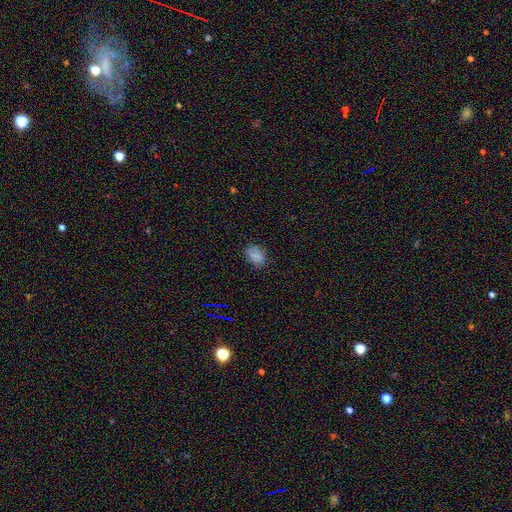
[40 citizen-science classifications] Q: Smooth or featured?
A: smooth (85%); runner-up: star or artifact (10%)
Q: How rounded?
A: in between (79%); runner-up: round (21%)
Q: Merging?
A: none (86%); runner-up: minor disturbance (14%)